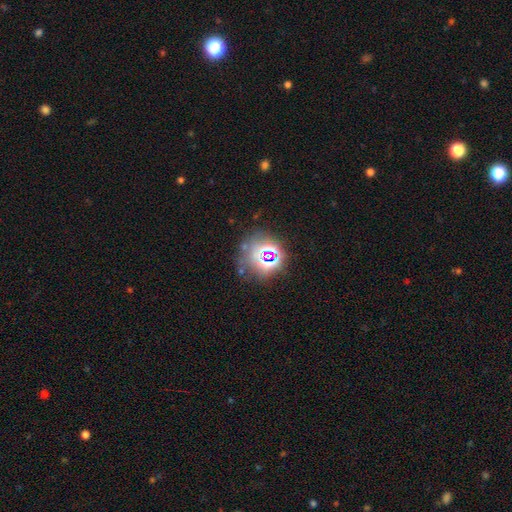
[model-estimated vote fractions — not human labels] A star or artifact, not a galaxy (63%).